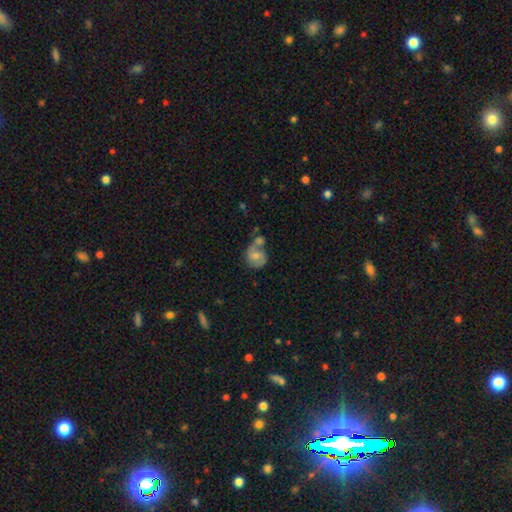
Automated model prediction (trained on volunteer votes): Smooth or featured? Predicted: smooth (p=0.48). Merging? Predicted: merger (p=0.37, tied with none).